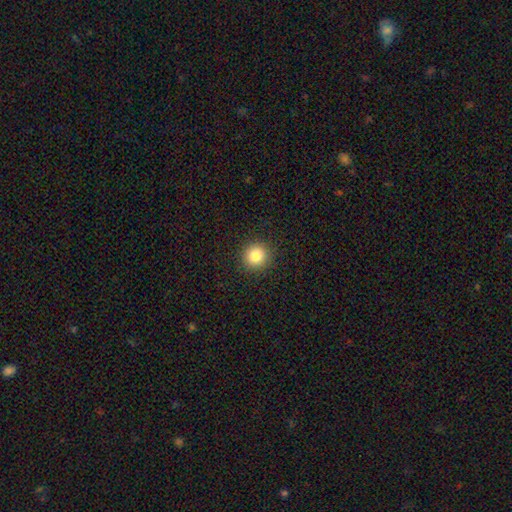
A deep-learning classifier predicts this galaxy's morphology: type=smooth (83%); roundness=round (94%); merging=none (92%).